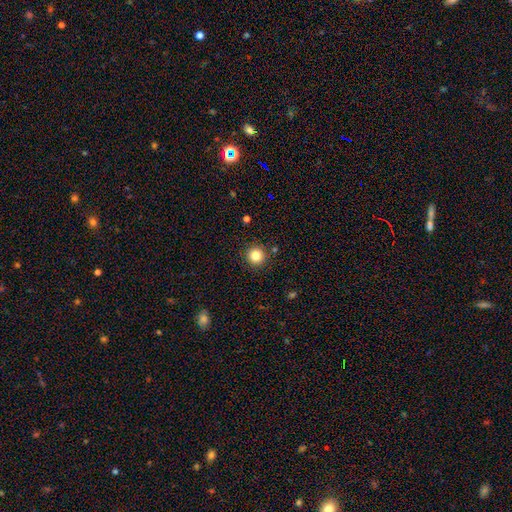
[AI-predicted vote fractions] This is clearly a smooth galaxy (82%). How rounded: clearly round (95%). Merging: clearly none (90%).